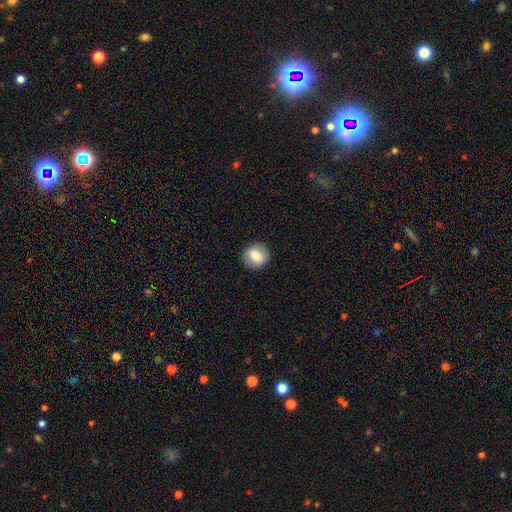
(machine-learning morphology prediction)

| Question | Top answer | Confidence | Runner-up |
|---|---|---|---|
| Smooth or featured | smooth | 73% | featured or disk (19%) |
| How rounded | round | 84% | in between (14%) |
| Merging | none | 90% | minor disturbance (7%) |